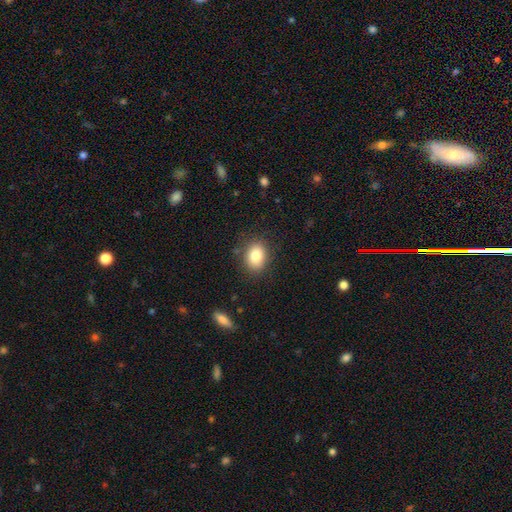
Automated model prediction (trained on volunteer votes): This is clearly a smooth galaxy (83%). How rounded: likely in between (65%). Merging: clearly none (84%).